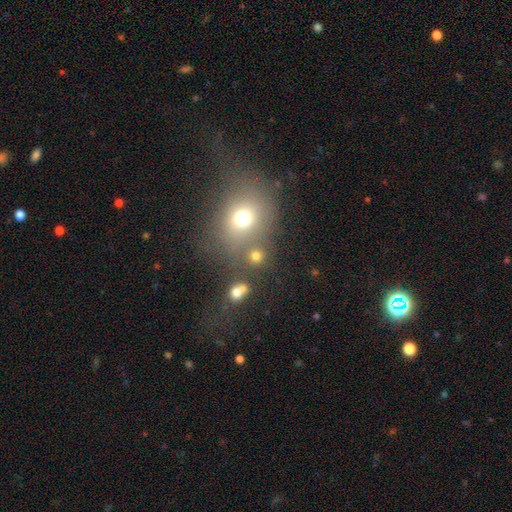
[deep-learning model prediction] This appears to be a smooth galaxy with no disk features (74%) that is round (81%). Merging: none (64%).